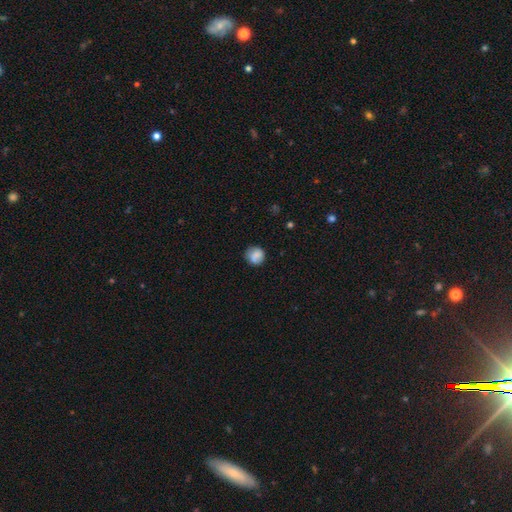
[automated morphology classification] smooth 76%, featured or disk 15%, star or artifact 8%. Down the decision tree: how rounded — round (87%); merging — none (74%).